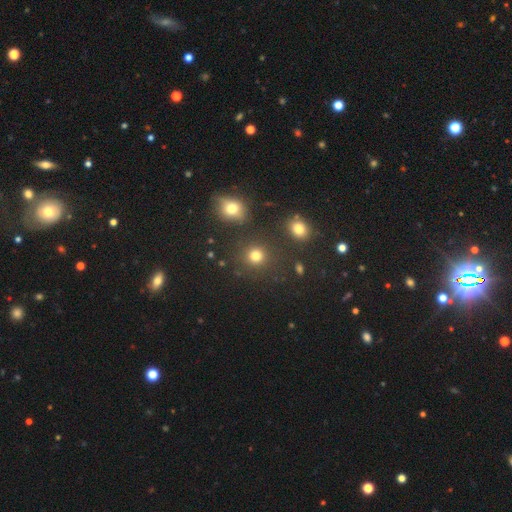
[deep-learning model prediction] smooth-or-featured: smooth: 77% | star or artifact: 17% | featured or disk: 6%
  how-rounded: round: 89% | in between: 10% | cigar-shaped: 1%
  merging: none: 83% | minor disturbance: 7% | merger: 6% | major disturbance: 4%